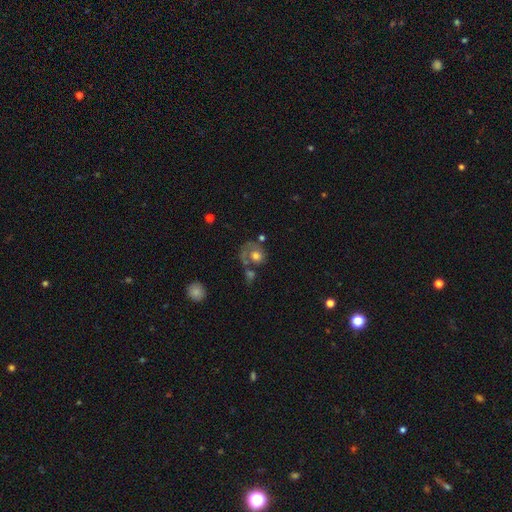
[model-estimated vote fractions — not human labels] Smooth or featured? smooth (47%)
Merging? none (36%)